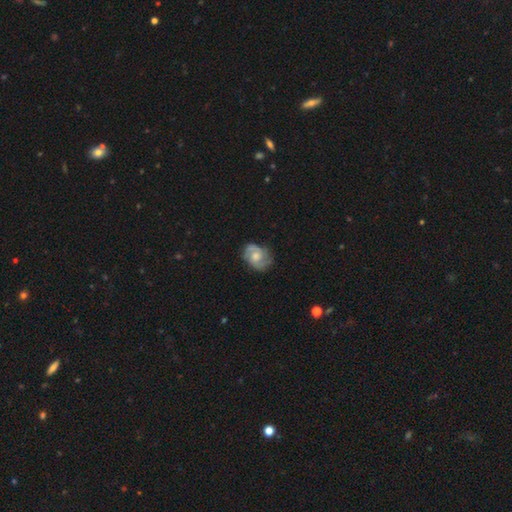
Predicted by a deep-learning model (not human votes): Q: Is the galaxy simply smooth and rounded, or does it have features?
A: featured or disk — 72%.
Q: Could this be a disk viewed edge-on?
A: no — 97%.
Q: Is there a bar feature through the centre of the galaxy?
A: no — 64%.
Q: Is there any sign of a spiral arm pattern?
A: yes — 92%.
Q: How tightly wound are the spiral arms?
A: medium — 46%.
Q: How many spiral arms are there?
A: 2 — 79%.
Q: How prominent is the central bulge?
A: moderate — 58%.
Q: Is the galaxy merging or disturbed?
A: none — 73%.